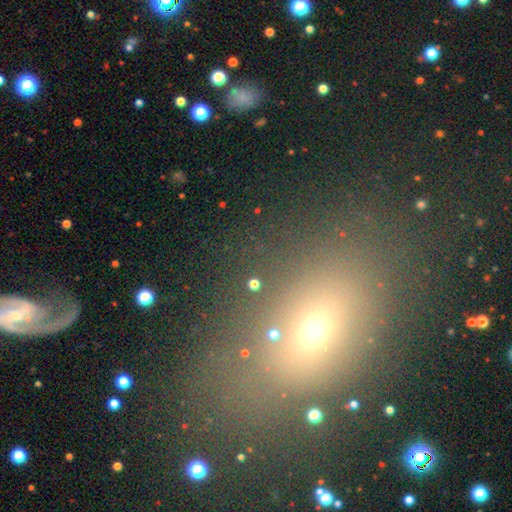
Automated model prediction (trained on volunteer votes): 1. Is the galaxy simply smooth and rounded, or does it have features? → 53% smooth, 28% star or artifact, 19% featured or disk.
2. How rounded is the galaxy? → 71% in between, 24% round, 5% cigar-shaped.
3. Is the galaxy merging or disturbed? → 70% none, 14% minor disturbance, 9% major disturbance, 6% merger.